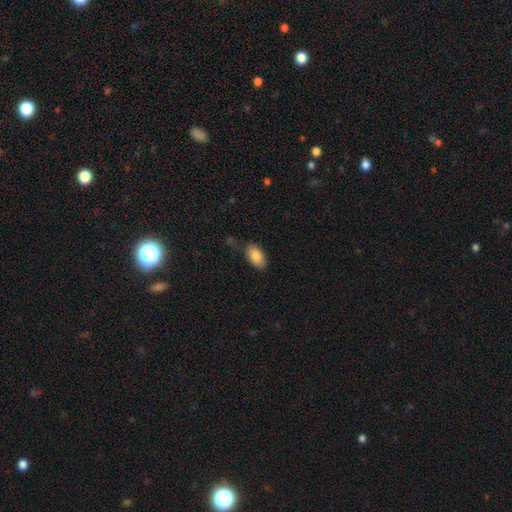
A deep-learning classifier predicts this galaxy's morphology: Smooth or featured? Predicted: smooth (p=0.86). How rounded? Predicted: in between (p=0.94). Merging? Predicted: none (p=0.69).